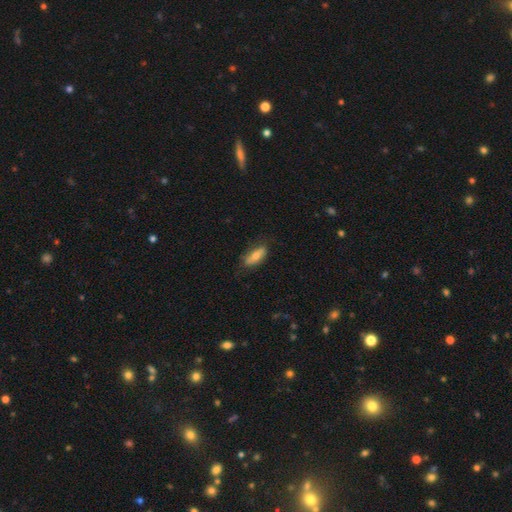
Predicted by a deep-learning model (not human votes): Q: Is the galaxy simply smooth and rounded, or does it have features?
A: smooth — 63%.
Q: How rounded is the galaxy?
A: in between — 70%.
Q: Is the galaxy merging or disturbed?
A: none — 74%.